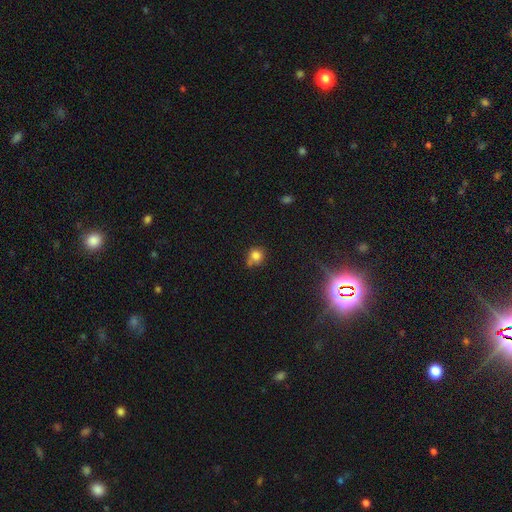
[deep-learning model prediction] smooth_or_featured: smooth (p=0.78) [alt: star or artifact p=0.13]
how_rounded: round (p=0.82) [alt: in between p=0.17]
merging: none (p=0.54) [alt: minor disturbance p=0.23]